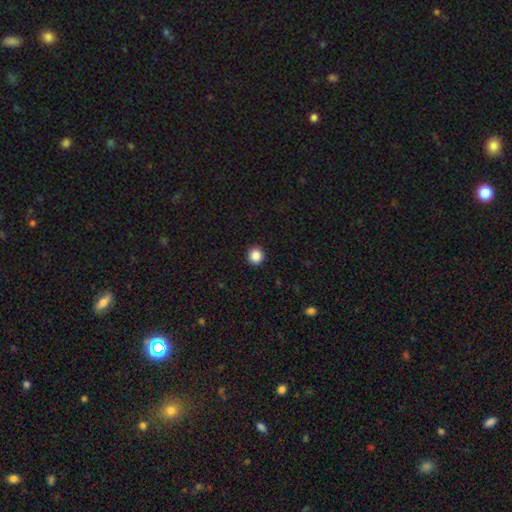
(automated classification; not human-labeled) Morphology: type=smooth (87%); roundness=round (93%); merging=none (93%).